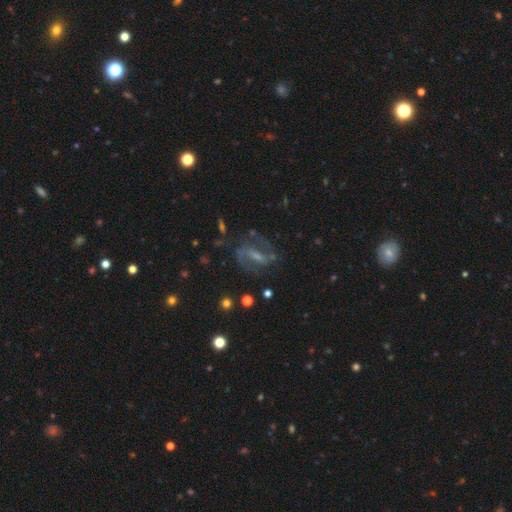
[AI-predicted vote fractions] Q: Smooth or featured?
A: featured or disk (82%); runner-up: star or artifact (9%)
Q: Edge-on disk?
A: no (95%); runner-up: yes (5%)
Q: Bar?
A: strong (50%); runner-up: weak (37%)
Q: Spiral arms?
A: yes (94%); runner-up: no (6%)
Q: Spiral winding?
A: medium (56%); runner-up: loose (23%)
Q: Spiral arm count?
A: 2 (89%); runner-up: can't tell (5%)
Q: Bulge size?
A: small (52%); runner-up: moderate (27%)
Q: Merging?
A: none (72%); runner-up: minor disturbance (15%)